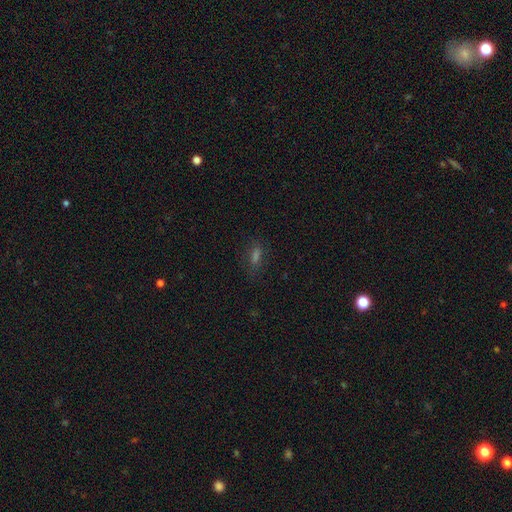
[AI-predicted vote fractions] Smooth or featured?
  - smooth: 54% *
  - star or artifact: 29%
  - featured or disk: 17%
How rounded?
  - in between: 54% *
  - cigar-shaped: 38%
  - round: 8%
Merging?
  - none: 76% *
  - minor disturbance: 15%
  - major disturbance: 7%
  - merger: 2%